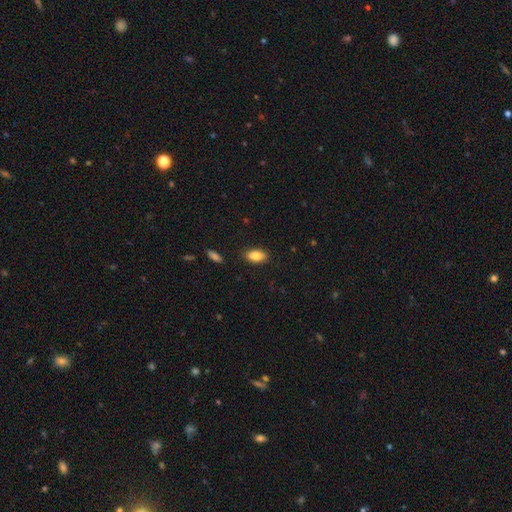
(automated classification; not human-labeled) A smooth galaxy with no disk features (85%) that is in between round and cigar-shaped (90%).

Vote fractions:
- Smooth or featured? smooth: 85% / star or artifact: 8% / featured or disk: 7%
- How rounded? in between: 90% / cigar-shaped: 5% / round: 5%
- Merging? none: 87% / minor disturbance: 9% / major disturbance: 2% / merger: 1%